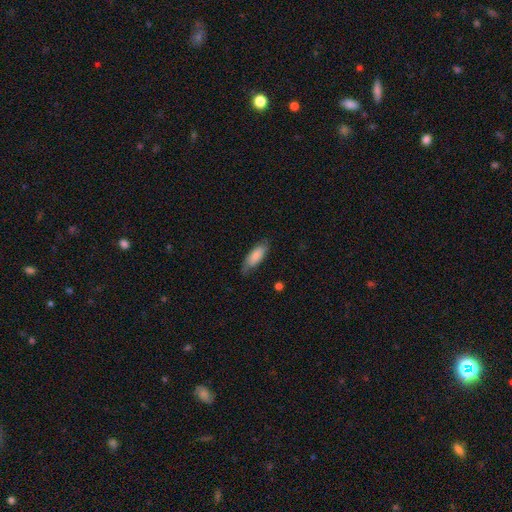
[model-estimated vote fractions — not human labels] smooth 79%, featured or disk 15%, star or artifact 6%. Down the decision tree: how rounded — in between (70%); merging — none (74%).